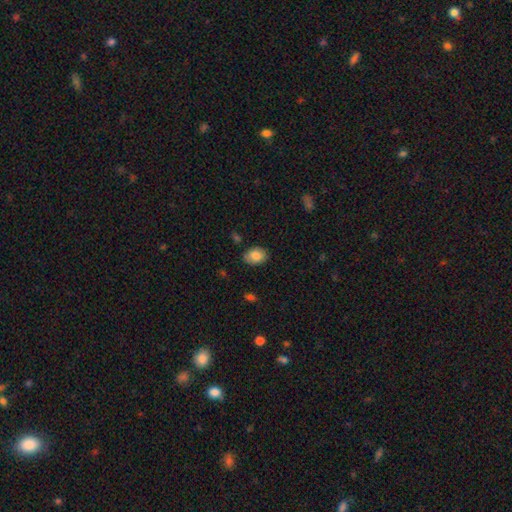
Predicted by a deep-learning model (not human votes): smooth-or-featured: smooth: 83% | featured or disk: 10% | star or artifact: 7%
  how-rounded: in between: 77% | round: 22% | cigar-shaped: 1%
  merging: none: 84% | minor disturbance: 12% | major disturbance: 2% | merger: 1%